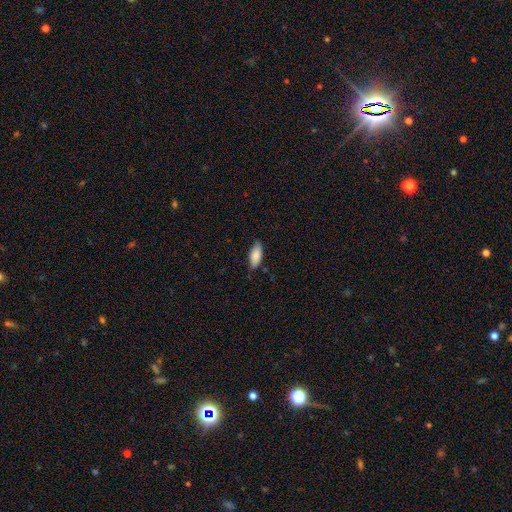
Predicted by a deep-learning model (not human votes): smooth_or_featured: smooth (p=0.84) [alt: featured or disk p=0.10]
how_rounded: in between (p=0.81) [alt: cigar-shaped p=0.17]
merging: none (p=0.80) [alt: minor disturbance p=0.17]